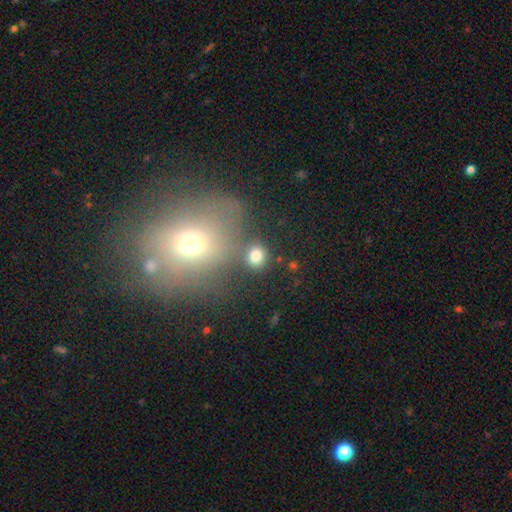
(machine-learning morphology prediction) Smooth or featured? smooth (81%)
How rounded? round (76%)
Merging? none (75%)